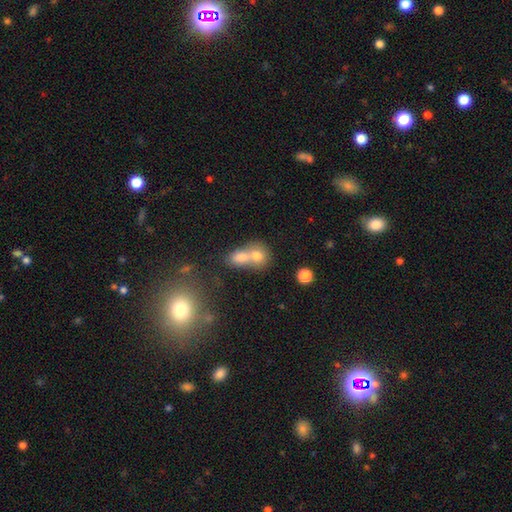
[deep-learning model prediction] smooth_or_featured: smooth (p=0.68) [alt: featured or disk p=0.18]
how_rounded: round (p=0.59) [alt: in between p=0.39]
merging: merger (p=0.63) [alt: none p=0.27]